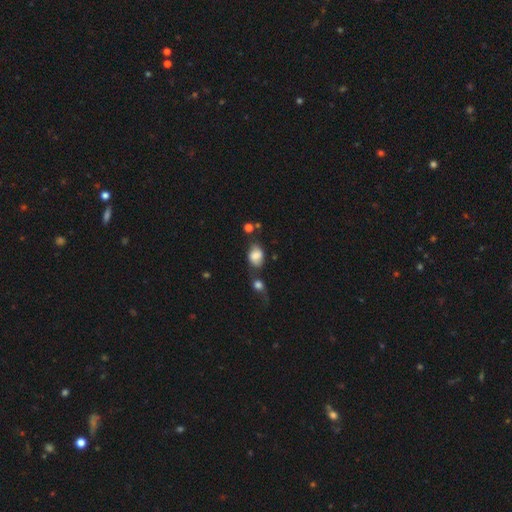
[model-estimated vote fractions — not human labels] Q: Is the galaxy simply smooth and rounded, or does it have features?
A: smooth — 72%.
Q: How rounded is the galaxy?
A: in between — 74%.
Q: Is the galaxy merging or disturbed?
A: none — 46%.